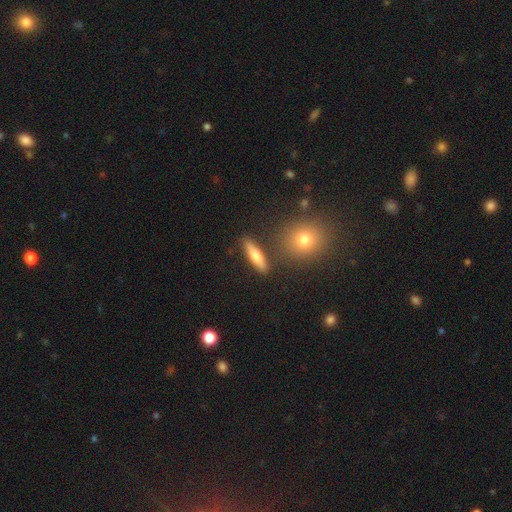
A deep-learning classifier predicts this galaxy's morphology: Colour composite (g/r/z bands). It shows a smooth galaxy with no disk features (69%) that is cigar-shaped (64%). Merging: none (83%).